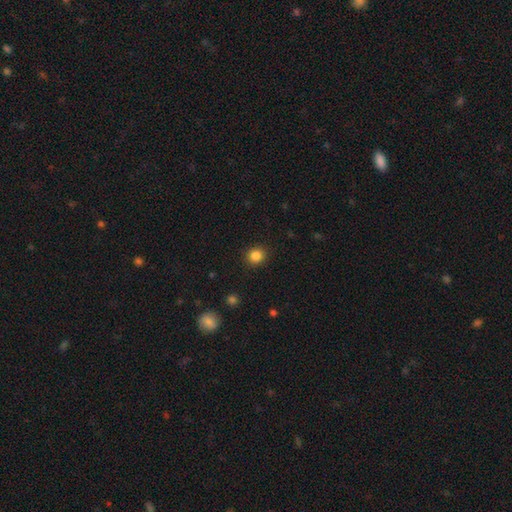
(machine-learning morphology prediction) Overall: smooth (85%). How rounded: round (85%). Merging: none (90%).